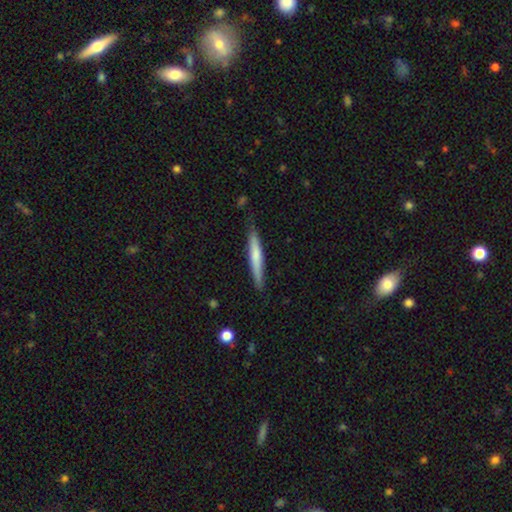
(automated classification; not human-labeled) Morphology: type=smooth (61%); roundness=cigar-shaped (94%); merging=none (84%).